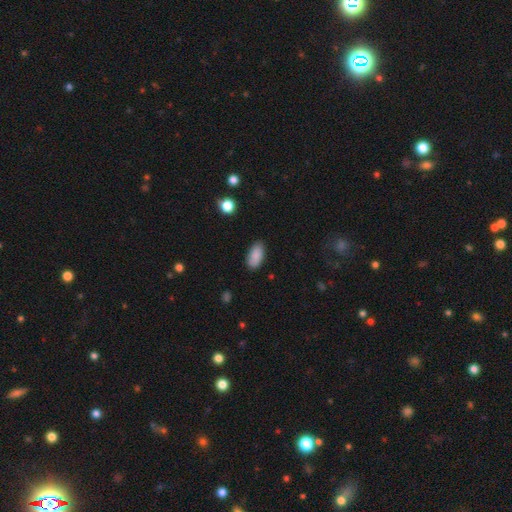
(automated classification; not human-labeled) Smooth or featured?
  - smooth: 88% *
  - star or artifact: 7%
  - featured or disk: 5%
How rounded?
  - in between: 93% *
  - cigar-shaped: 4%
  - round: 3%
Merging?
  - none: 83% *
  - minor disturbance: 13%
  - major disturbance: 3%
  - merger: 1%